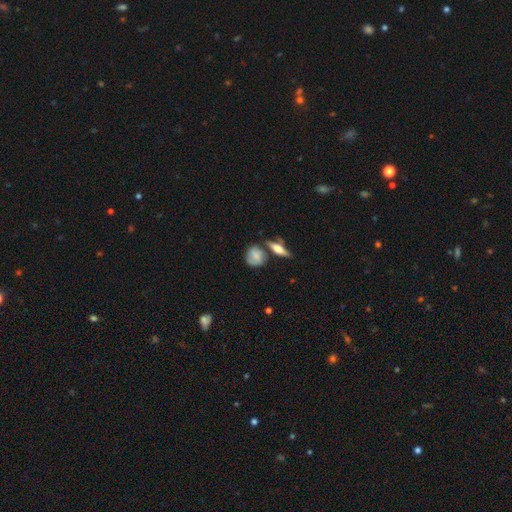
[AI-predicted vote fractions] smooth 55%, featured or disk 36%, star or artifact 9%. Down the decision tree: how rounded — round (69%); merging — none (60%).